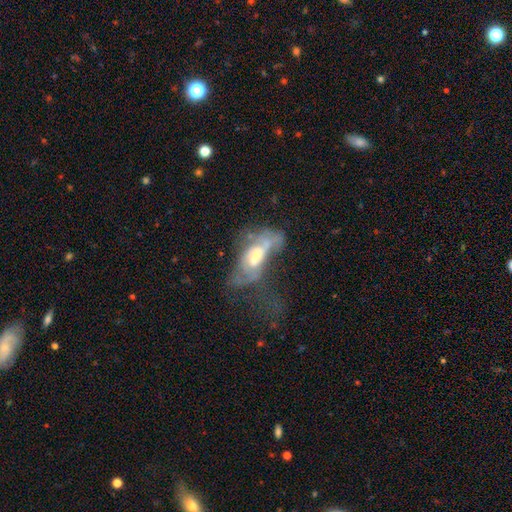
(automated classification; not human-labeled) Smooth or featured? Predicted: featured or disk (p=0.61). Edge-on disk? Predicted: no (p=0.86). Bar? Predicted: no (p=0.57). Spiral arms? Predicted: no (p=0.54). Bulge size? Predicted: moderate (p=0.57). Merging? Predicted: major disturbance (p=0.45).